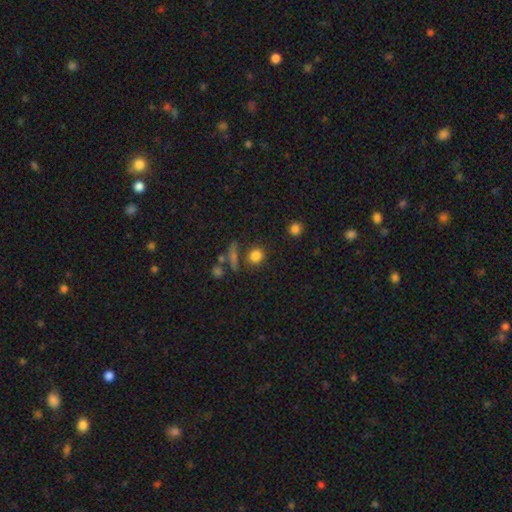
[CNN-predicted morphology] The model was most divided on "how rounded": round: 82%, in between: 16%, cigar-shaped: 2%. More confident: smooth or featured — smooth (80%); merging — none (76%).